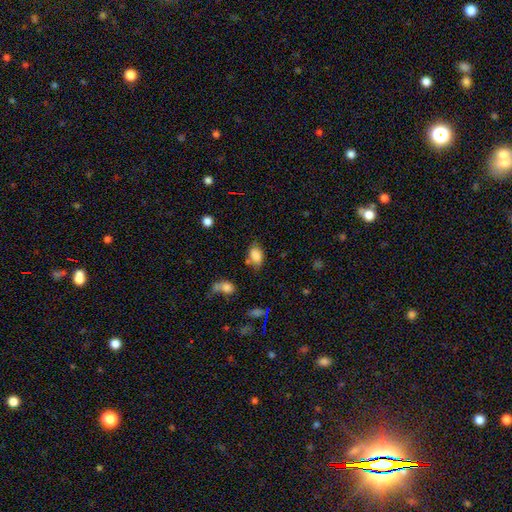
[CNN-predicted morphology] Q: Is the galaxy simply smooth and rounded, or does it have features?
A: smooth — 83%.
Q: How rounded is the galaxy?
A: in between — 85%.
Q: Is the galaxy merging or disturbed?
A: none — 60%.